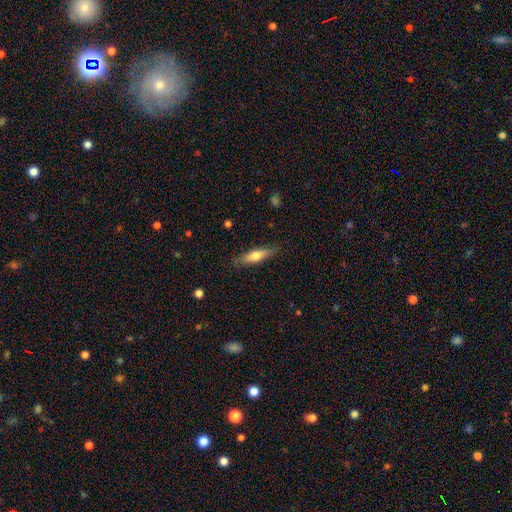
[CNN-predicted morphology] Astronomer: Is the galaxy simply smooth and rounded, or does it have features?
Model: smooth — 58% (runner-up: featured or disk, 36%).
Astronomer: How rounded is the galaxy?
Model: cigar-shaped — 65%.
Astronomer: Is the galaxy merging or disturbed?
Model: none — 84%.